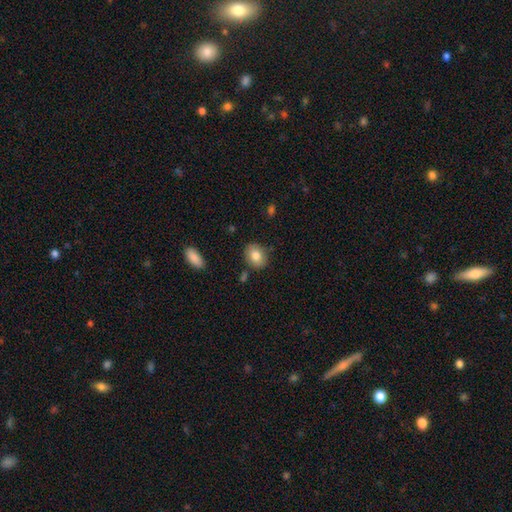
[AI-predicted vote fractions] Smooth or featured?
  - smooth: 81% *
  - featured or disk: 11%
  - star or artifact: 8%
How rounded?
  - in between: 55% *
  - round: 44%
  - cigar-shaped: 1%
Merging?
  - none: 83% *
  - minor disturbance: 12%
  - merger: 3%
  - major disturbance: 3%